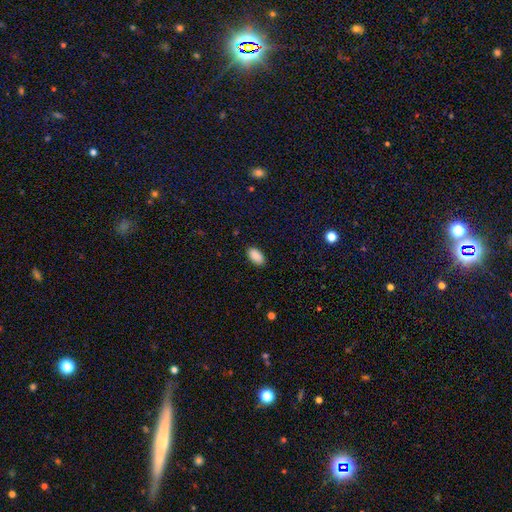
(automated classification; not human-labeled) Overall: smooth (90%). How rounded: in between (95%). Merging: none (88%).